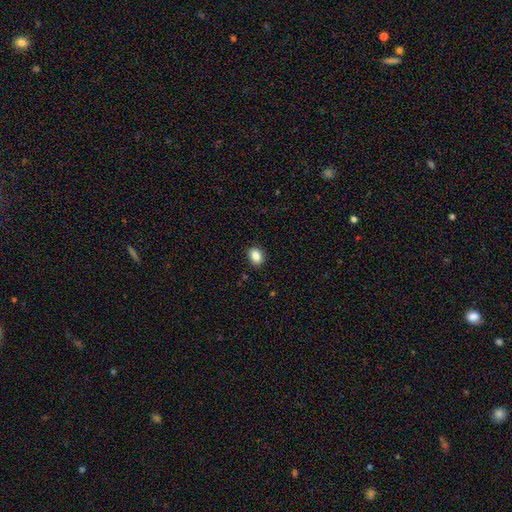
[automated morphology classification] Overall: smooth (87%). How rounded: in between (63%; round 36%). Merging: none (89%).